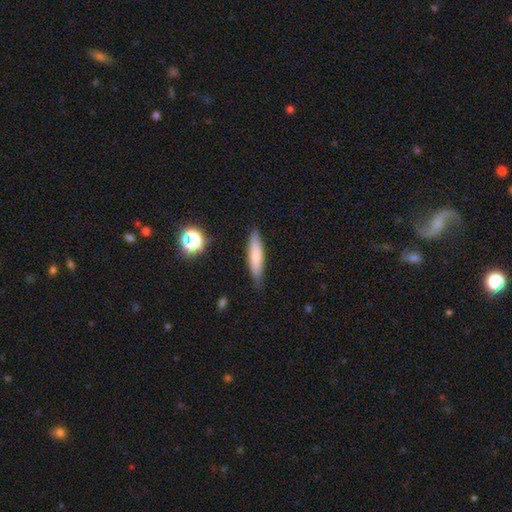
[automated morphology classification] Smooth or featured?
  - smooth: 74% *
  - featured or disk: 18%
  - star or artifact: 8%
How rounded?
  - cigar-shaped: 79% *
  - in between: 19%
  - round: 2%
Merging?
  - none: 84% *
  - minor disturbance: 12%
  - major disturbance: 2%
  - merger: 1%